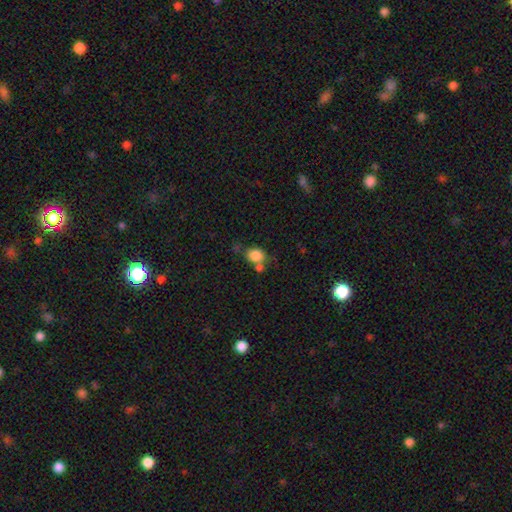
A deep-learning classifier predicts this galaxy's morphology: smooth-or-featured: smooth: 82% | star or artifact: 10% | featured or disk: 8%
  how-rounded: round: 58% | in between: 41% | cigar-shaped: 1%
  merging: none: 50% | merger: 28% | minor disturbance: 16% | major disturbance: 6%